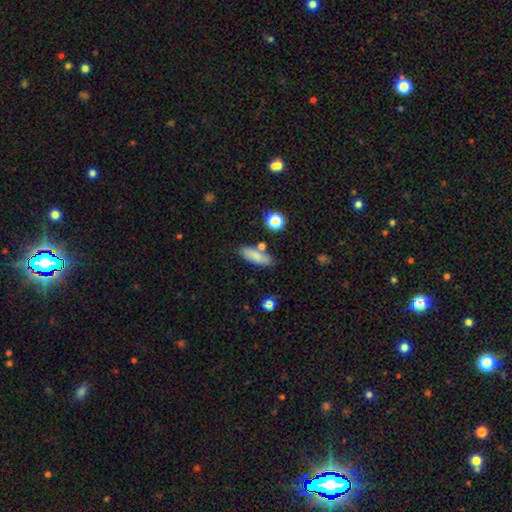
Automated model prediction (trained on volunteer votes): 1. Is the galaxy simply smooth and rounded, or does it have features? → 81% smooth, 11% featured or disk, 9% star or artifact.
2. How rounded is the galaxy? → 65% in between, 32% cigar-shaped, 3% round.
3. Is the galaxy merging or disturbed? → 75% none, 13% minor disturbance, 8% merger, 3% major disturbance.